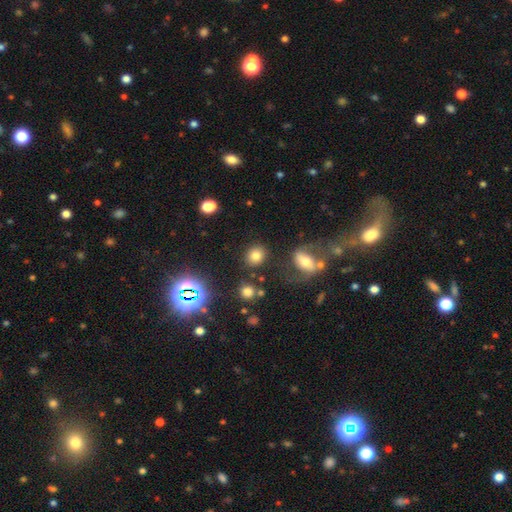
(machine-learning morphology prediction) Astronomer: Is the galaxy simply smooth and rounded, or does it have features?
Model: smooth — 78%.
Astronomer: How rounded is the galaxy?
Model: round — 72%.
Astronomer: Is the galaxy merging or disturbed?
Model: none — 80%.